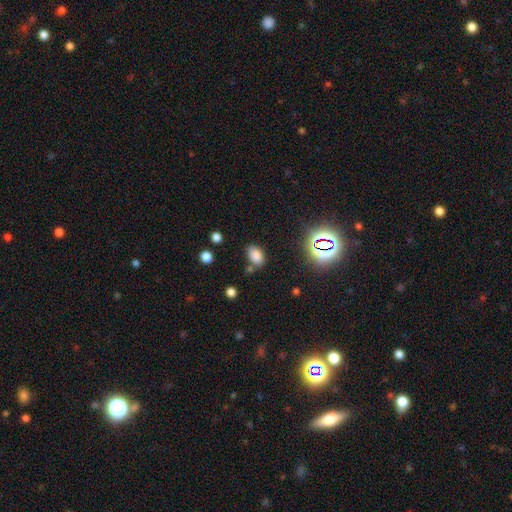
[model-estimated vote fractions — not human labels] Smooth or featured?
  - smooth: 77% *
  - star or artifact: 17%
  - featured or disk: 6%
How rounded?
  - in between: 86% *
  - round: 13%
  - cigar-shaped: 1%
Merging?
  - none: 71% *
  - minor disturbance: 16%
  - merger: 8%
  - major disturbance: 5%